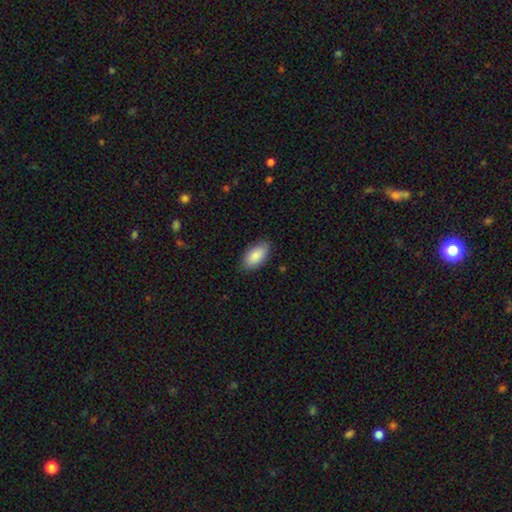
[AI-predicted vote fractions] smooth_or_featured: smooth (p=0.88) [alt: star or artifact p=0.06]
how_rounded: in between (p=0.94) [alt: cigar-shaped p=0.03]
merging: none (p=0.85) [alt: minor disturbance p=0.12]